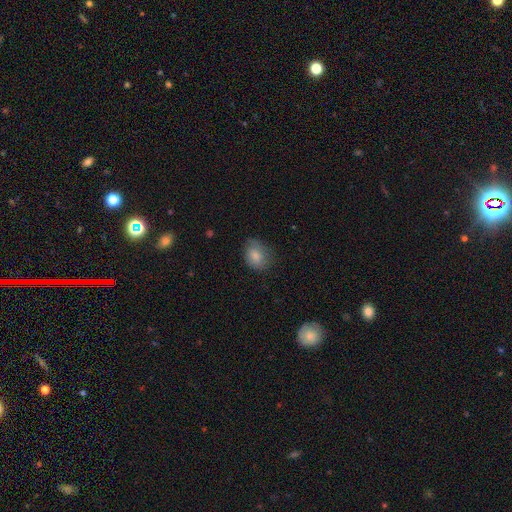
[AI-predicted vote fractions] Q: Smooth or featured?
A: smooth (82%); runner-up: featured or disk (10%)
Q: How rounded?
A: in between (65%); runner-up: round (34%)
Q: Merging?
A: none (65%); runner-up: minor disturbance (27%)